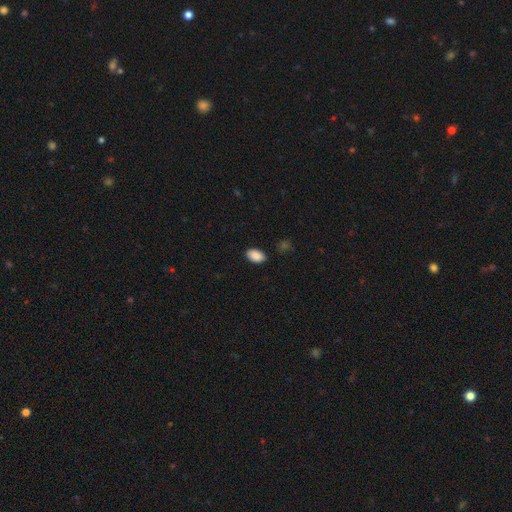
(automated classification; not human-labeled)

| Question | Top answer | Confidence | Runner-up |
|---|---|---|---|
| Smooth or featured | smooth | 89% | star or artifact (7%) |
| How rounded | in between | 91% | round (8%) |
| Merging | none | 85% | minor disturbance (11%) |